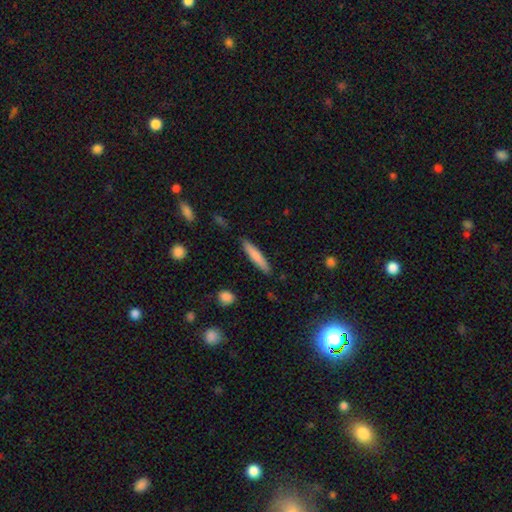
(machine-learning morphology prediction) A smooth galaxy with no disk features (78%) that is cigar-shaped (90%). Merging: none (88%).